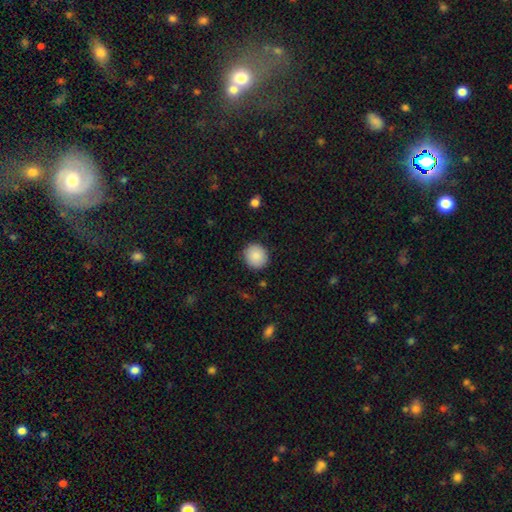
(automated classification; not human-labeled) A smooth galaxy with no disk features (89%) that is round (87%). Merging: none (89%).